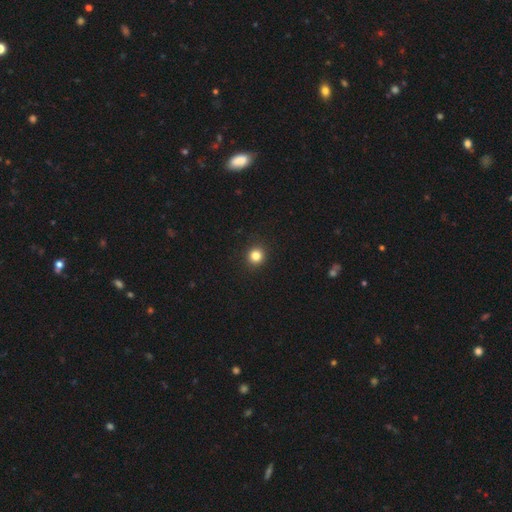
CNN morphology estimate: Smooth or featured? Predicted: smooth (p=0.82). How rounded? Predicted: round (p=0.93). Merging? Predicted: none (p=0.93).